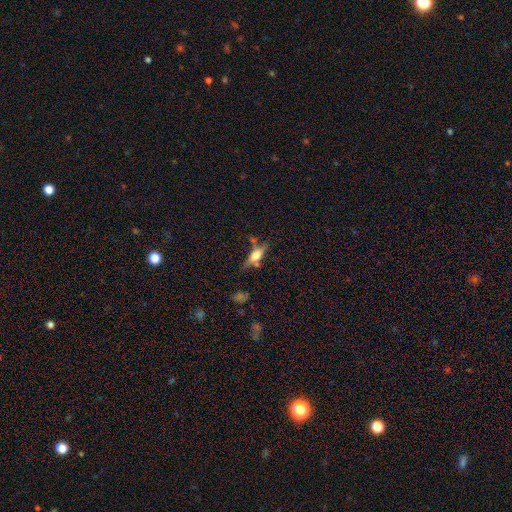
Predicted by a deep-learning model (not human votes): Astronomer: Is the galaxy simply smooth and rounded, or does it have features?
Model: smooth — 46% (runner-up: featured or disk, 44%).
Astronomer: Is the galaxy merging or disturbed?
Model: none — 60%.